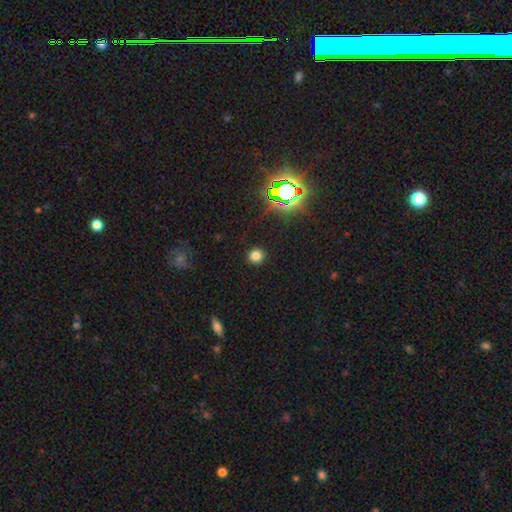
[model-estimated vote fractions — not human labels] Smooth or featured: smooth — 75% (star or artifact — 20%)
How rounded: round — 93% (in between — 6%)
Merging: none — 91% (minor disturbance — 5%)